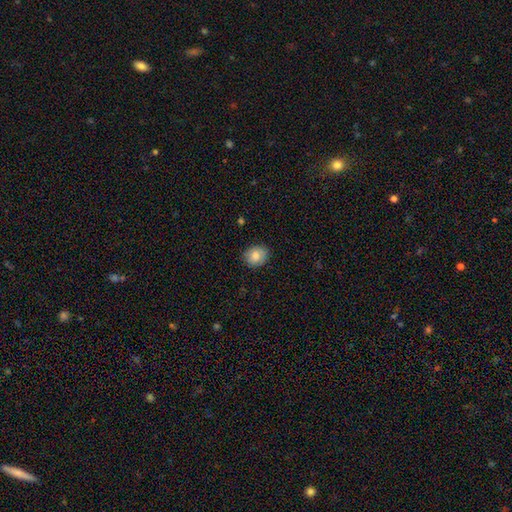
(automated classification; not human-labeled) smooth 82%, featured or disk 10%, star or artifact 8%. Down the decision tree: how rounded — round (58%); merging — none (87%).